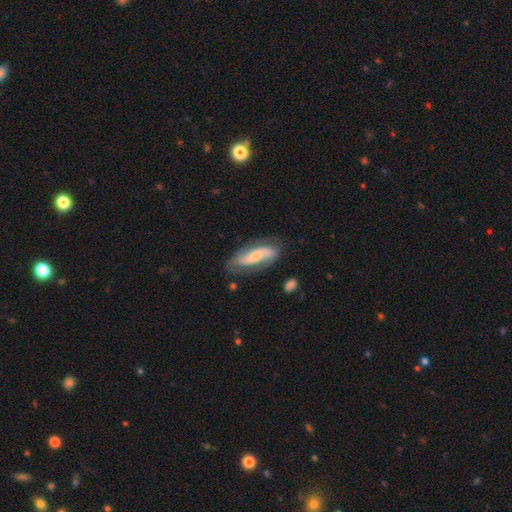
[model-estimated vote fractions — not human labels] featured or disk 62%, smooth 32%, star or artifact 6%. Down the decision tree: edge-on disk — no (86%); bar — no (52%); spiral arms — yes (86%); bulge size — small (51%); merging — none (68%).